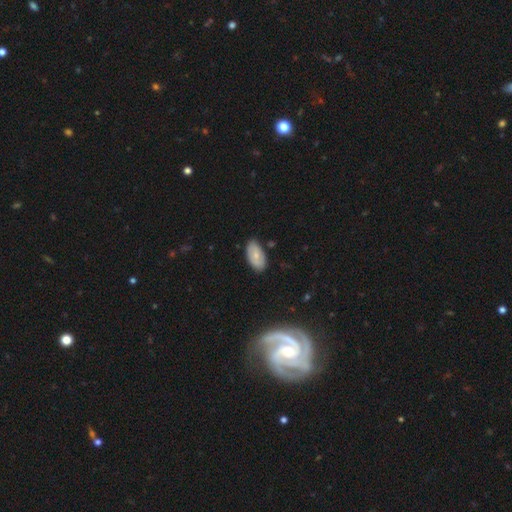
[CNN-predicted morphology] This is likely a smooth galaxy (65%). How rounded: clearly in between (94%). Merging: clearly none (82%).